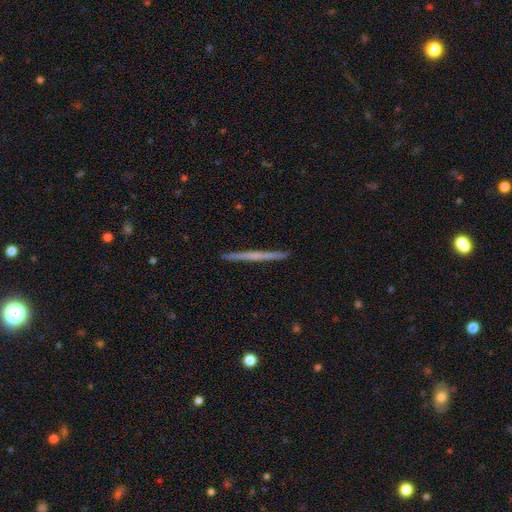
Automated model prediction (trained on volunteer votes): This appears to be a featured or disk galaxy (58%) viewed edge-on (98%) with no central bulge (82%). Merging: none (93%).